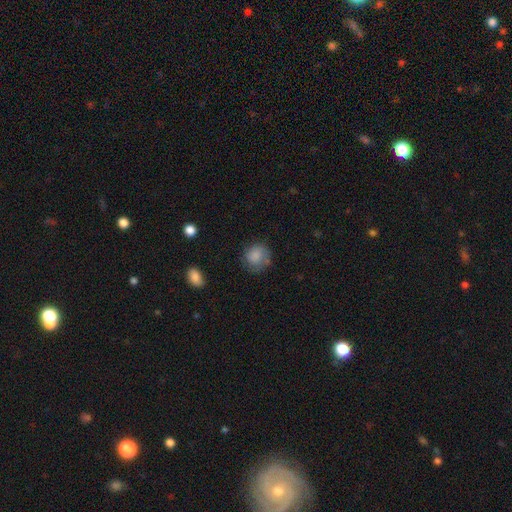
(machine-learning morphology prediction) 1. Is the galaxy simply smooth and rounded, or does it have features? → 80% smooth, 12% featured or disk, 8% star or artifact.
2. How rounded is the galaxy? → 81% round, 18% in between, 1% cigar-shaped.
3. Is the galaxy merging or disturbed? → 66% none, 23% minor disturbance, 9% major disturbance, 2% merger.